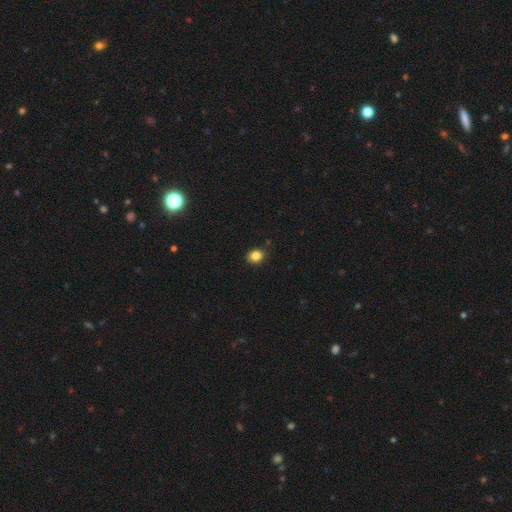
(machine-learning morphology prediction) This appears to be a smooth galaxy with no disk features (84%) that is round (54%). Merging: none (86%).